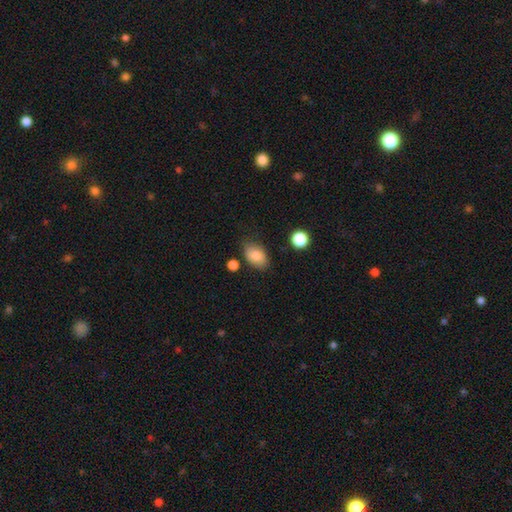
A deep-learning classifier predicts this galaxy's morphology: Smooth or featured: smooth — 83% (featured or disk — 9%)
How rounded: in between — 86% (round — 13%)
Merging: none — 76% (minor disturbance — 17%)